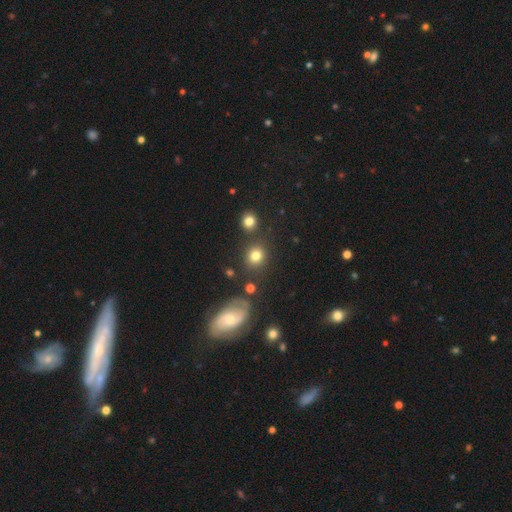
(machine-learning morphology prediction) Overall: smooth (79%). How rounded: round (79%). Merging: none (79%).